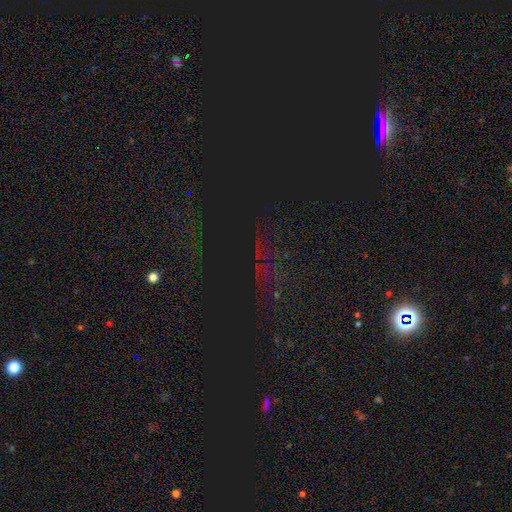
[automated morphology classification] A star or artifact, not a galaxy (81%).